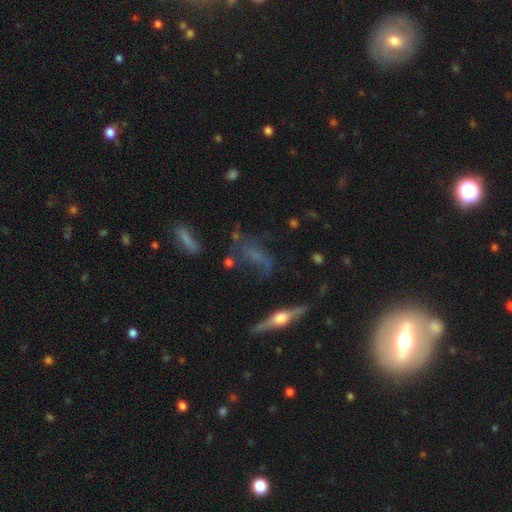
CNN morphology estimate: featured or disk 55%, smooth 24%, star or artifact 21%. Down the decision tree: edge-on disk — no (57%); merging — none (58%).